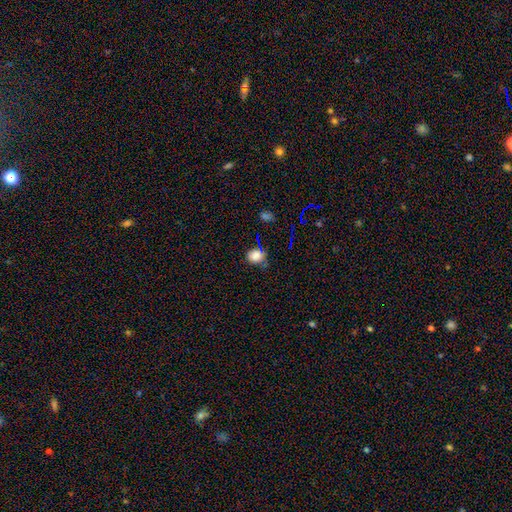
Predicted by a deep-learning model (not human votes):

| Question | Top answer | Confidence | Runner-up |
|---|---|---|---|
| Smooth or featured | smooth | 75% | star or artifact (19%) |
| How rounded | round | 67% | in between (32%) |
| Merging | none | 68% | minor disturbance (20%) |